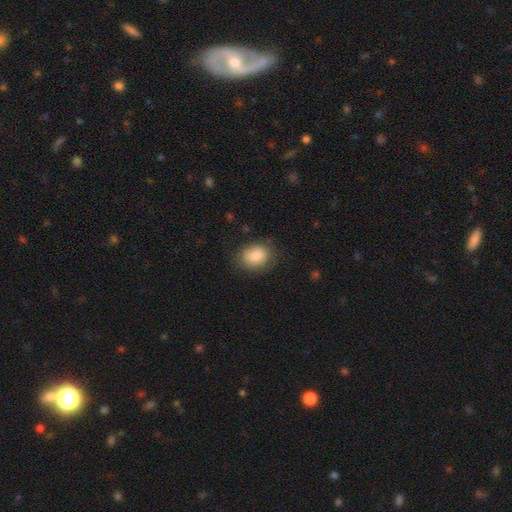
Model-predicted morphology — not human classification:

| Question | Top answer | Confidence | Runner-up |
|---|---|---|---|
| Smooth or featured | smooth | 86% | star or artifact (7%) |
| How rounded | in between | 53% | round (46%) |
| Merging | none | 78% | minor disturbance (16%) |